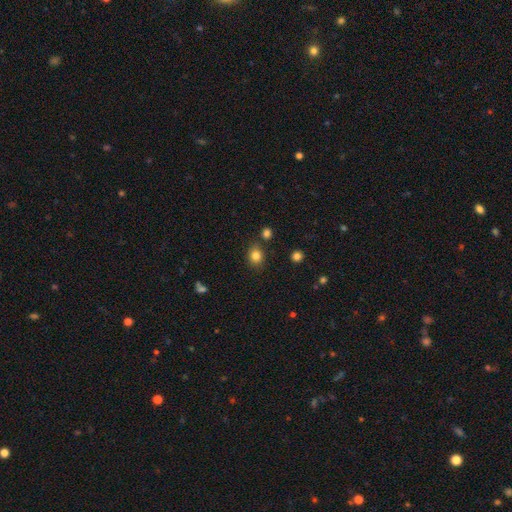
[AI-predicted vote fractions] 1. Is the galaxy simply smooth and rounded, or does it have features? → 83% smooth, 12% star or artifact, 6% featured or disk.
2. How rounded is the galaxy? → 66% round, 33% in between, 1% cigar-shaped.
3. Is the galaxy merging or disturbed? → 79% none, 12% minor disturbance, 6% merger, 3% major disturbance.